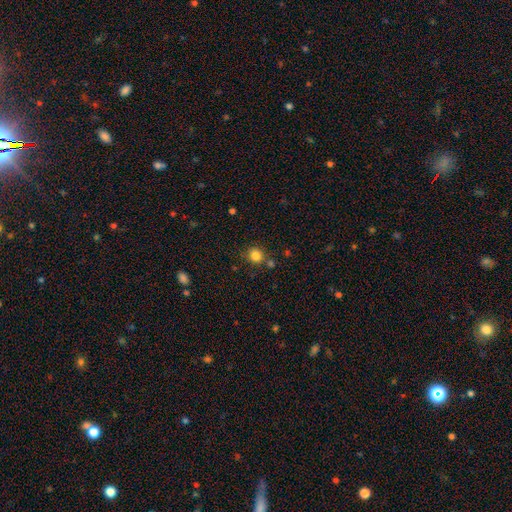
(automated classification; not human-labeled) Overall: smooth (83%). How rounded: round (87%). Merging: none (78%).